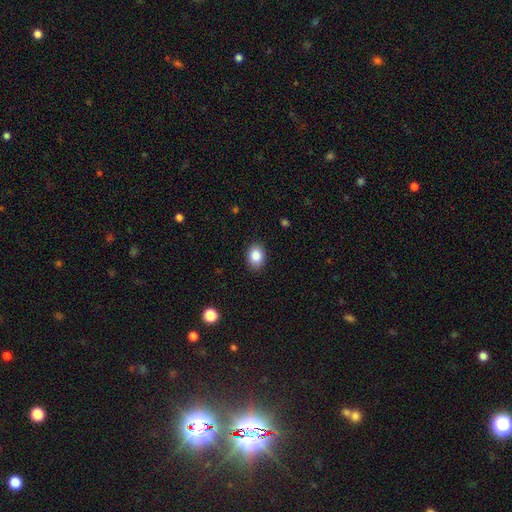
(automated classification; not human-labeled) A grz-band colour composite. It shows a smooth galaxy with no disk features (87%) that is in between round and cigar-shaped (73%). Merging: none (89%).